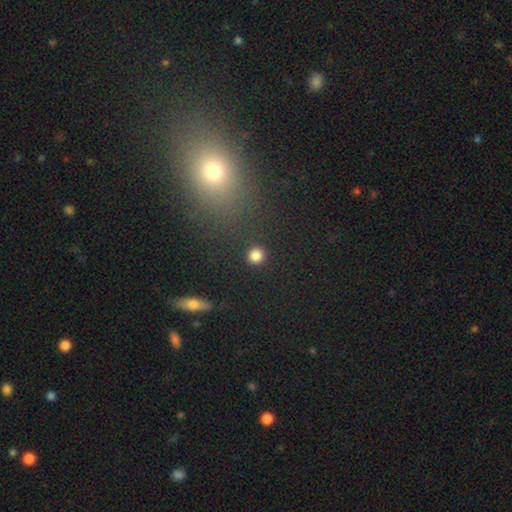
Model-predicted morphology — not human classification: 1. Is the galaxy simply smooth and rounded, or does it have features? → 84% smooth, 12% star or artifact, 4% featured or disk.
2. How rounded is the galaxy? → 91% round, 8% in between, 1% cigar-shaped.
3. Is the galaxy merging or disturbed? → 91% none, 5% minor disturbance, 2% major disturbance, 1% merger.